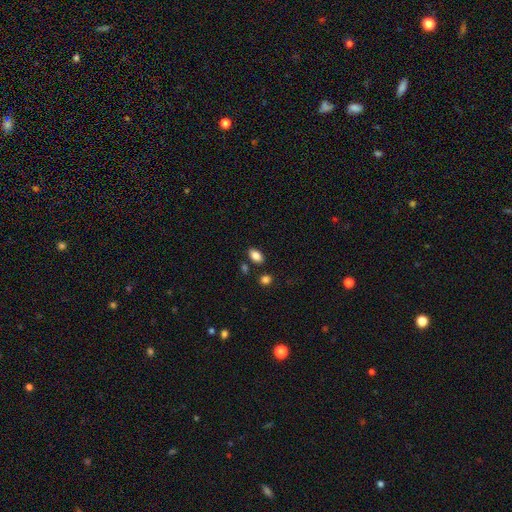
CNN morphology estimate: smooth-or-featured: smooth: 86% | star or artifact: 9% | featured or disk: 6%
  how-rounded: in between: 91% | round: 7% | cigar-shaped: 2%
  merging: none: 81% | minor disturbance: 10% | merger: 6% | major disturbance: 3%